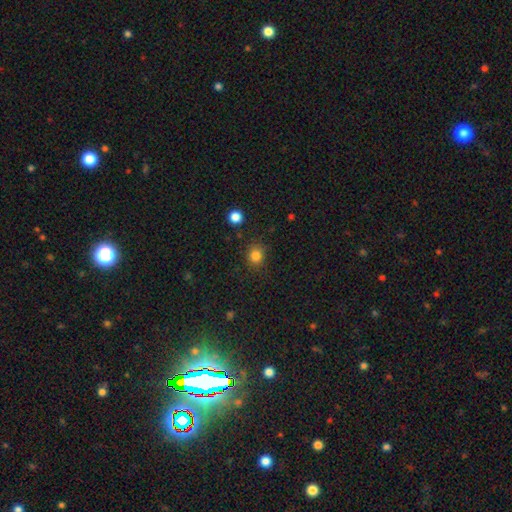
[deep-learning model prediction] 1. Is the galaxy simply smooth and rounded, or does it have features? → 83% smooth, 13% star or artifact, 4% featured or disk.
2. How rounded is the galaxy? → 77% round, 22% in between, 1% cigar-shaped.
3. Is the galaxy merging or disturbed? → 83% none, 11% minor disturbance, 4% major disturbance, 2% merger.